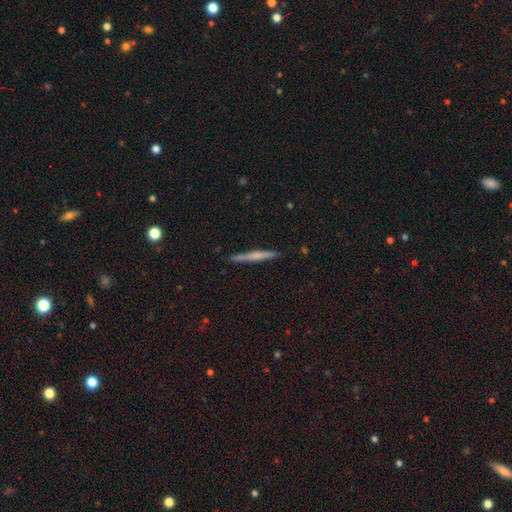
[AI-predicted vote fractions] Smooth or featured: featured or disk — 52% (smooth — 42%)
Edge-on disk: yes — 97% (no — 3%)
Edge-on bulge: none — 45% (rounded — 44%)
Merging: none — 90% (minor disturbance — 7%)